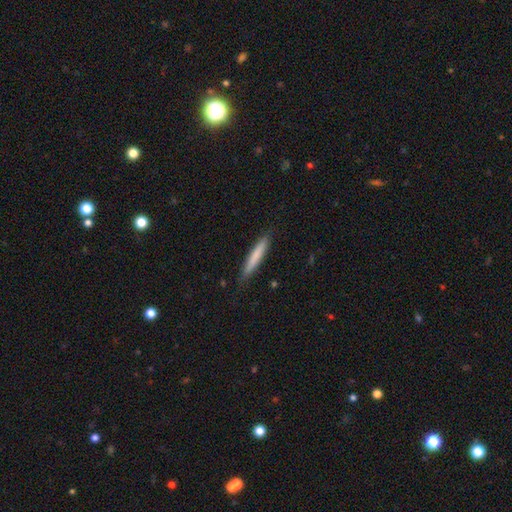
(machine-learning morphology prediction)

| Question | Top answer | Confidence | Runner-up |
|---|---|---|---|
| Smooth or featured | smooth | 75% | featured or disk (19%) |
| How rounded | cigar-shaped | 94% | in between (5%) |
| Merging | none | 87% | minor disturbance (10%) |